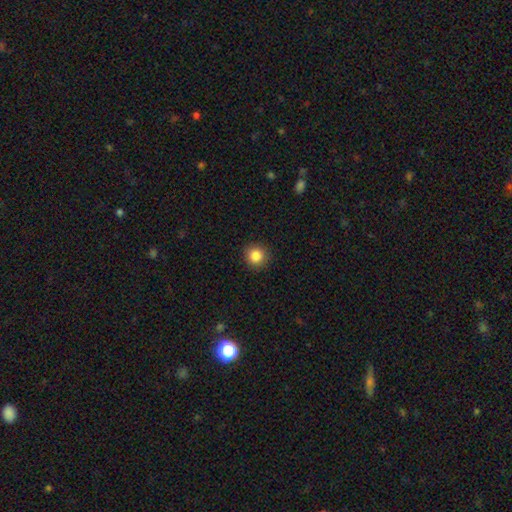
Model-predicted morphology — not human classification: Smooth or featured: smooth — 86% (star or artifact — 10%)
How rounded: round — 93% (in between — 6%)
Merging: none — 92% (minor disturbance — 5%)